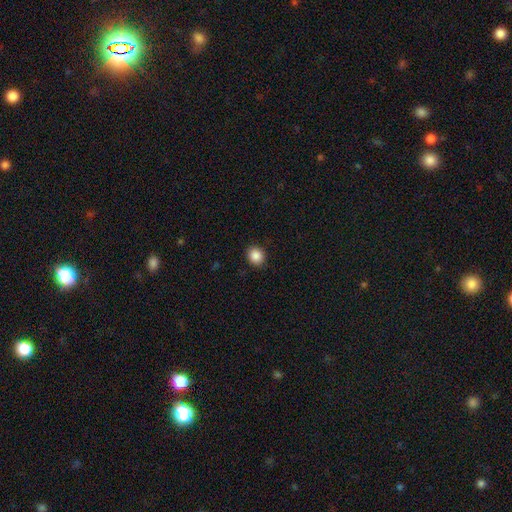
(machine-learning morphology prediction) Smooth or featured? Predicted: smooth (p=0.87). How rounded? Predicted: round (p=0.66). Merging? Predicted: none (p=0.90).